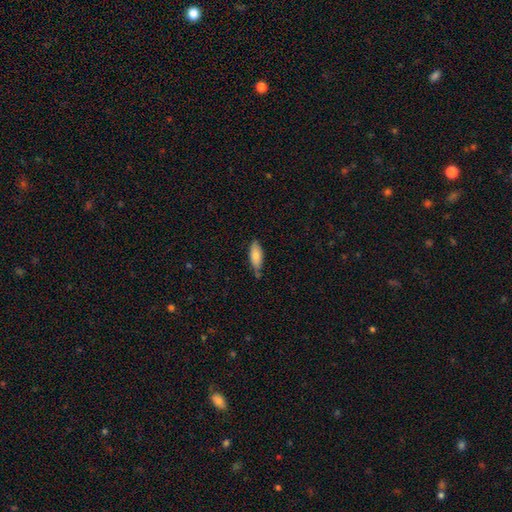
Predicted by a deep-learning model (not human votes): This appears to be a smooth galaxy with no disk features (81%) that is in between round and cigar-shaped (75%). Merging: none (59%).